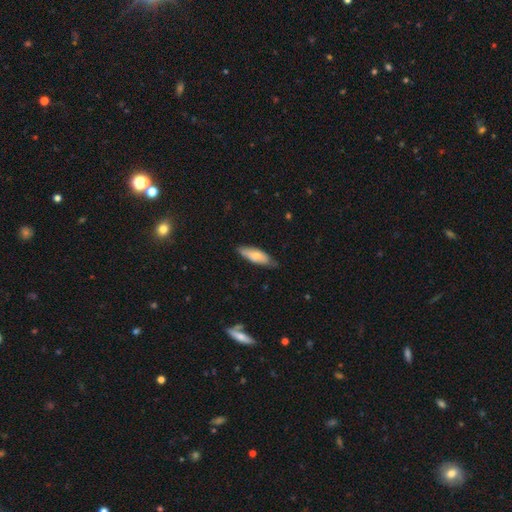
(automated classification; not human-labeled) Morphology: type=smooth (71%); roundness=in between (58%); merging=none (74%).